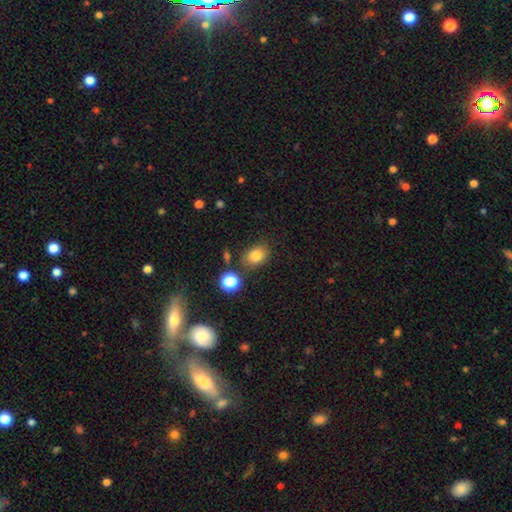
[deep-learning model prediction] Smooth or featured? smooth (80%)
How rounded? in between (66%)
Merging? none (78%)